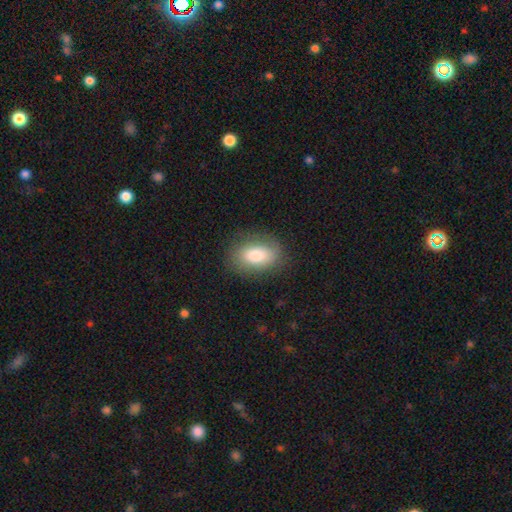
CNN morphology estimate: smooth 80%, featured or disk 13%, star or artifact 8%. Down the decision tree: how rounded — in between (84%); merging — none (82%).